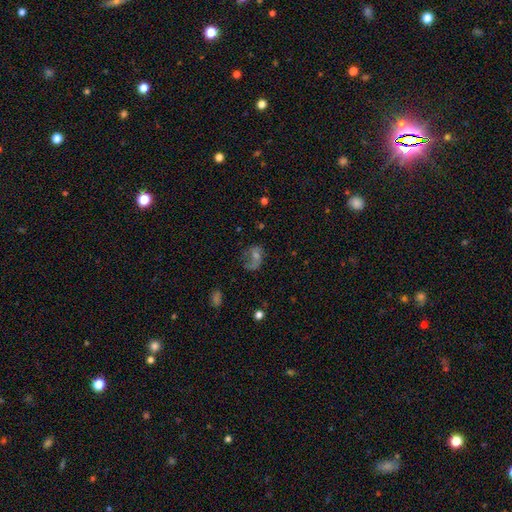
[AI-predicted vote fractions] The model was most divided on "merging": none: 41%, major disturbance: 33%, minor disturbance: 22%, merger: 4%. Remaining: smooth or featured — featured or disk (44%).